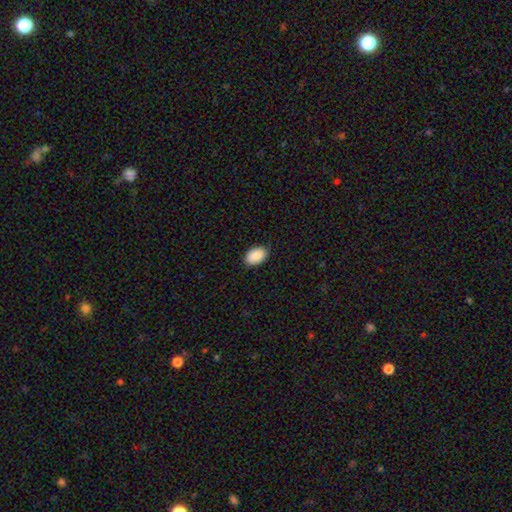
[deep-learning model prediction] Overall: smooth (91%). How rounded: in between (92%). Merging: none (84%).